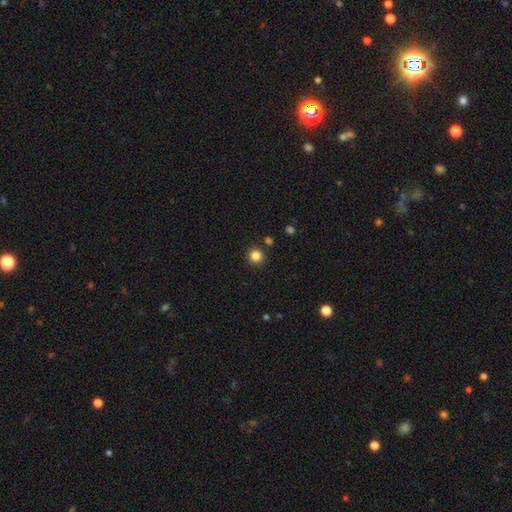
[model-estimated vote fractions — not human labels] smooth 84%, star or artifact 12%, featured or disk 4%. Down the decision tree: how rounded — round (94%); merging — none (89%).